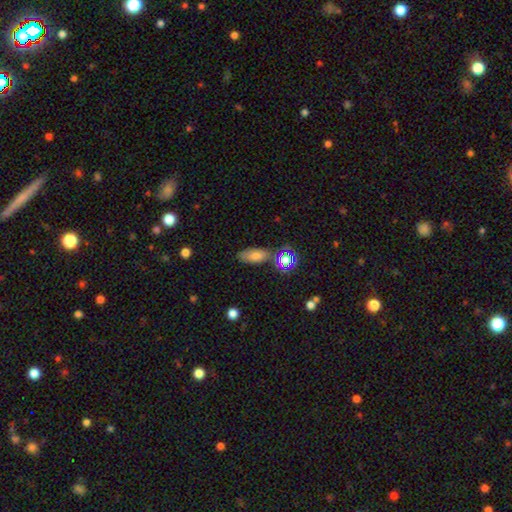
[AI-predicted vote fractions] Overall: smooth (71%). How rounded: in between (78%). Merging: none (73%).